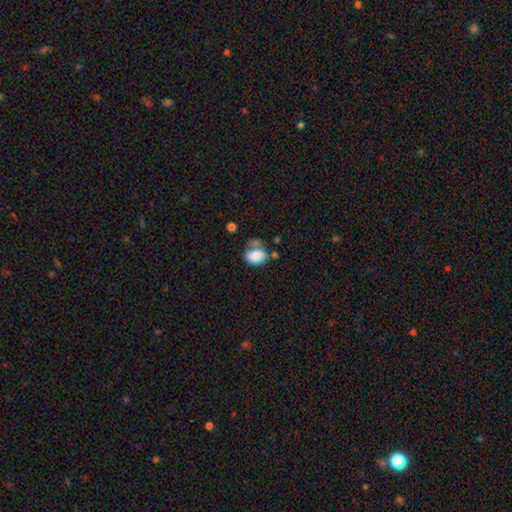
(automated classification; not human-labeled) This appears to be a smooth galaxy with no disk features (77%) that is in between round and cigar-shaped (79%). Merging: none (33%).